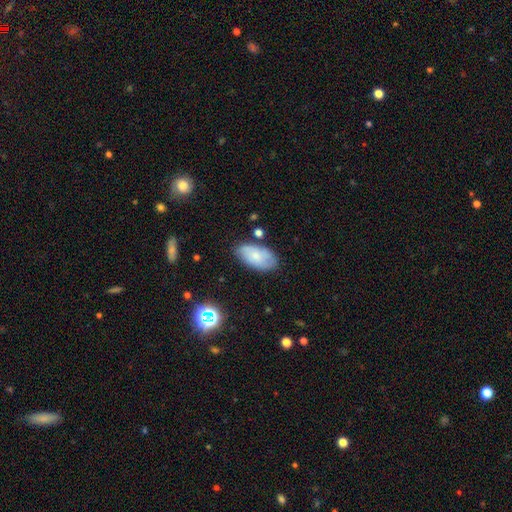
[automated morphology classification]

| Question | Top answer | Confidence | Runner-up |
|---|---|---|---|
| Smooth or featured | smooth | 65% | featured or disk (27%) |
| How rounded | in between | 94% | round (4%) |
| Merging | none | 72% | minor disturbance (20%) |